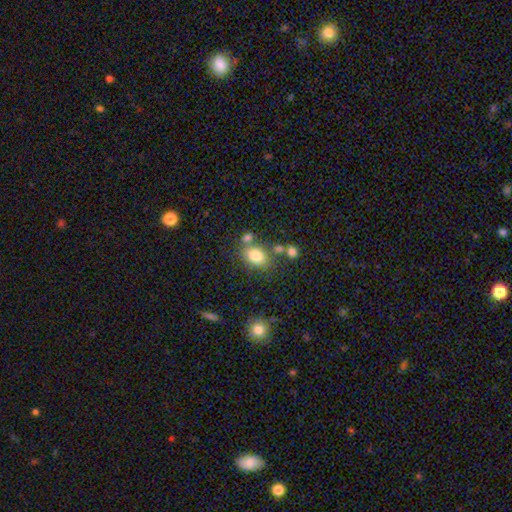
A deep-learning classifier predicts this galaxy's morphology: A smooth galaxy with no disk features (80%) that is in between round and cigar-shaped (76%).

Vote fractions:
- Smooth or featured? smooth: 80% / star or artifact: 10% / featured or disk: 10%
- How rounded? in between: 76% / round: 23% / cigar-shaped: 1%
- Merging? none: 62% / merger: 18% / minor disturbance: 15% / major disturbance: 5%